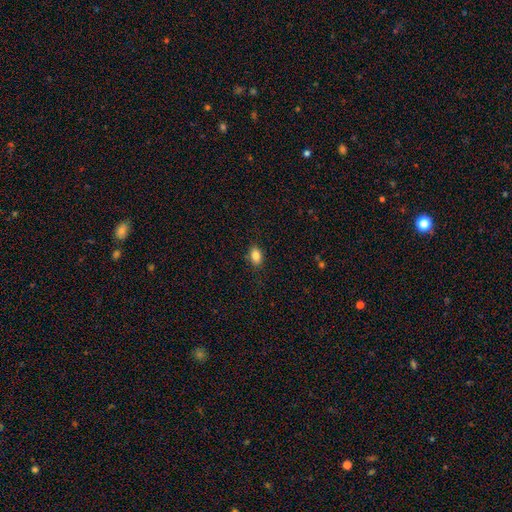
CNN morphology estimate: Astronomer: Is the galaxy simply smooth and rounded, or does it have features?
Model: smooth — 84%.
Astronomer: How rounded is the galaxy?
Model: in between — 83%.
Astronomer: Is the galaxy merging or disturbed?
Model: none — 87%.